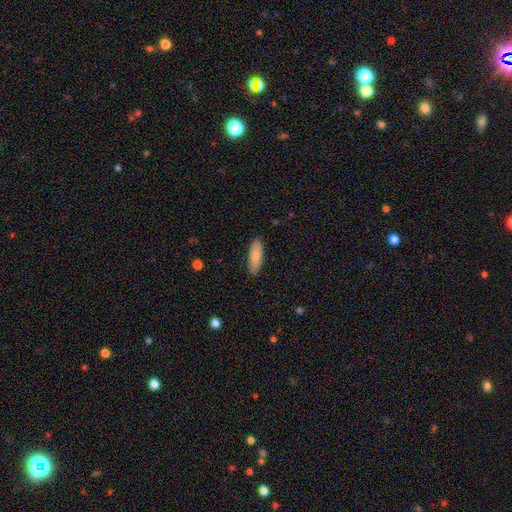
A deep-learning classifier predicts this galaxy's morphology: smooth_or_featured: smooth (p=0.84) [alt: featured or disk p=0.10]
how_rounded: in between (p=0.54) [alt: cigar-shaped p=0.45]
merging: none (p=0.87) [alt: minor disturbance p=0.10]